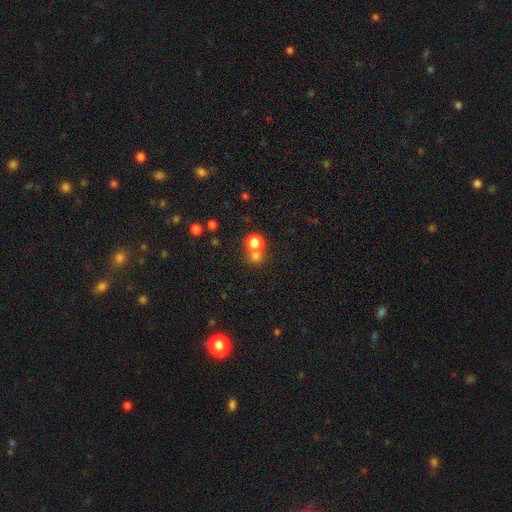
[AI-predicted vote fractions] The model was most divided on "merging": none: 54%, merger: 36%, minor disturbance: 6%, major disturbance: 3%. More confident: how rounded — round (88%); smooth or featured — smooth (74%).